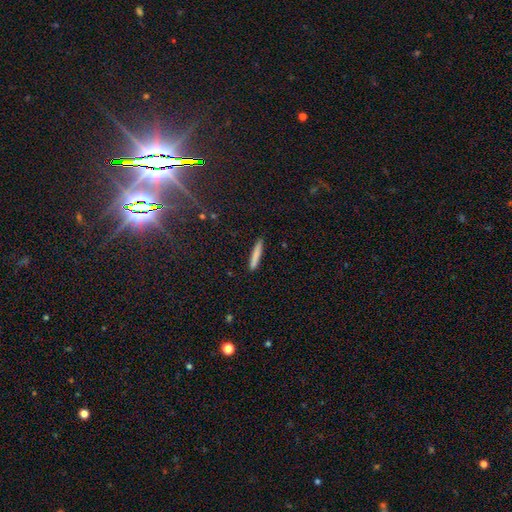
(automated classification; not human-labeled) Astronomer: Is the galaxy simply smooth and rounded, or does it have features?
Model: smooth — 81%.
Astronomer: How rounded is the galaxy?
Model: cigar-shaped — 94%.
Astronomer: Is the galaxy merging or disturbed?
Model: none — 90%.